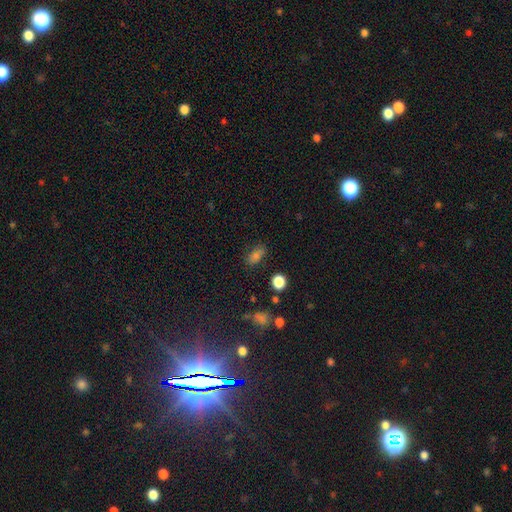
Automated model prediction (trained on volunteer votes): smooth 71%, star or artifact 20%, featured or disk 9%. Down the decision tree: how rounded — in between (82%); merging — none (80%).